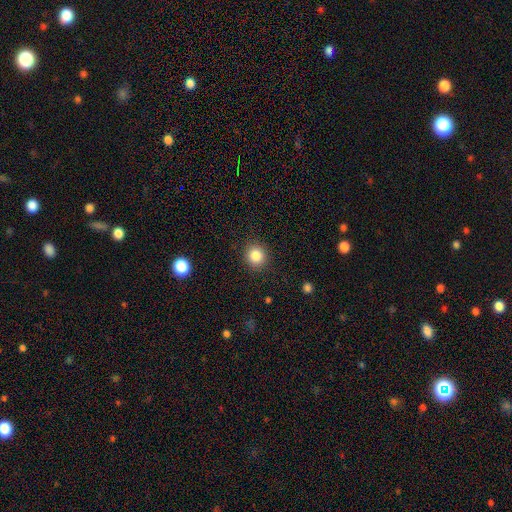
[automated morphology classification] smooth 85%, star or artifact 10%, featured or disk 5%. Down the decision tree: how rounded — round (88%); merging — none (91%).